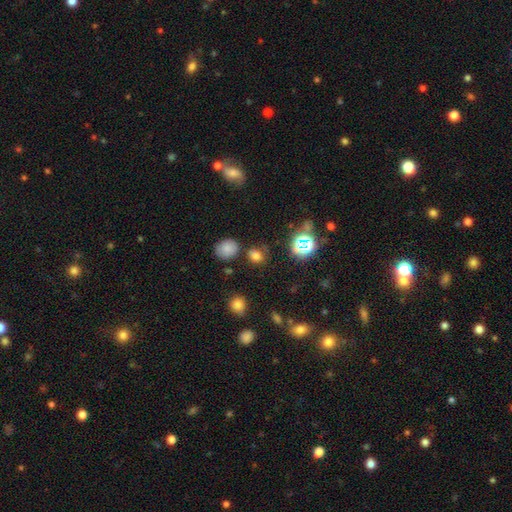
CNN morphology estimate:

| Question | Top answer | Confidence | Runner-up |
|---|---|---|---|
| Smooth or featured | smooth | 69% | star or artifact (25%) |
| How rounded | round | 53% | in between (46%) |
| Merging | none | 74% | minor disturbance (14%) |